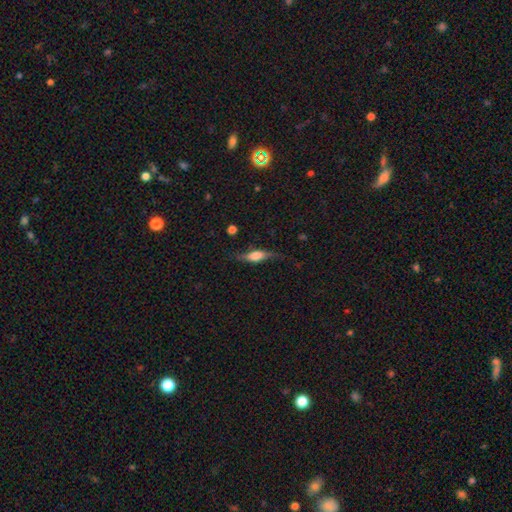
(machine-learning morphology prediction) Q: Smooth or featured?
A: featured or disk (51%); runner-up: smooth (42%)
Q: Edge-on disk?
A: yes (80%); runner-up: no (20%)
Q: Merging?
A: none (63%); runner-up: minor disturbance (24%)